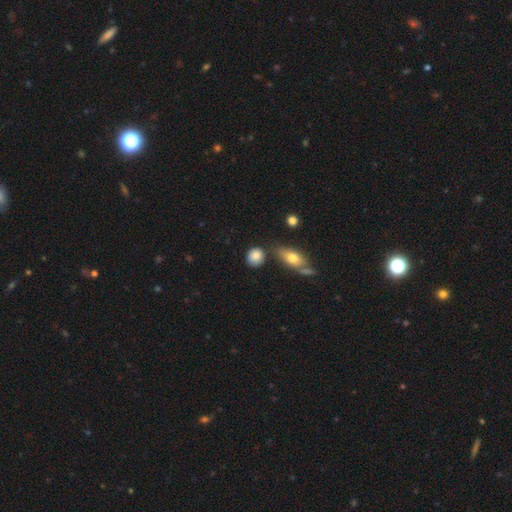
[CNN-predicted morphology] This is clearly a smooth galaxy (83%). How rounded: likely round (72%). Merging: likely none (71%).